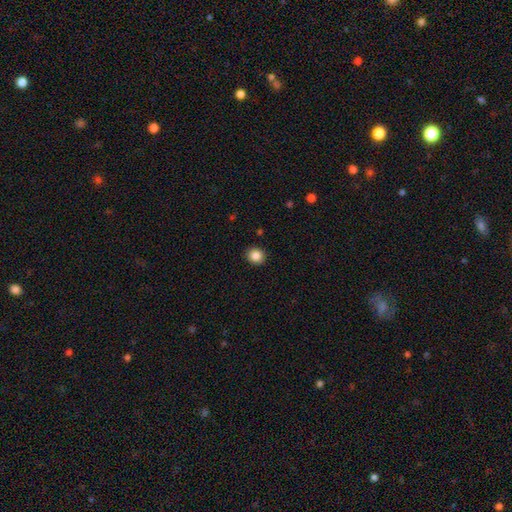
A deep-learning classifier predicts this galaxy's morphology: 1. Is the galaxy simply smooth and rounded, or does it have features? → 86% smooth, 10% star or artifact, 4% featured or disk.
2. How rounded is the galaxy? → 83% round, 16% in between, 1% cigar-shaped.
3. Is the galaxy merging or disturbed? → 92% none, 5% minor disturbance, 2% major disturbance, 1% merger.